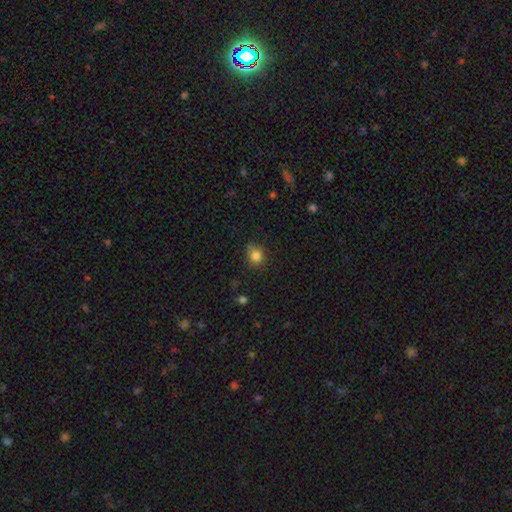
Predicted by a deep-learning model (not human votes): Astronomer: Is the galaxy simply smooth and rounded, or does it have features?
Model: smooth — 82%.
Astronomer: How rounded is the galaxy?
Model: round — 78%.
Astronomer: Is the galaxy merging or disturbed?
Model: none — 71%.